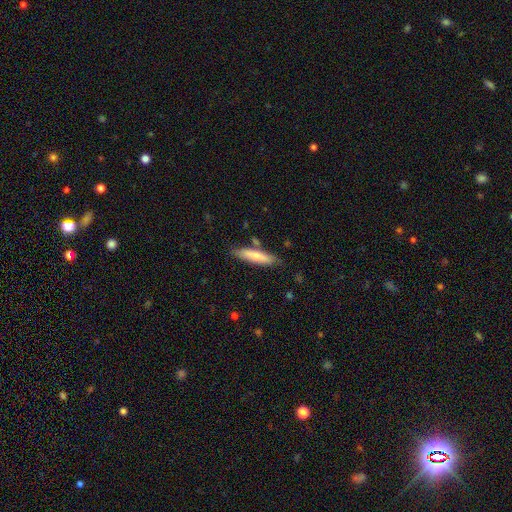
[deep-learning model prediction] smooth-or-featured: smooth: 75% | featured or disk: 19% | star or artifact: 6%
  how-rounded: cigar-shaped: 78% | in between: 21% | round: 1%
  merging: none: 79% | minor disturbance: 14% | merger: 5% | major disturbance: 3%